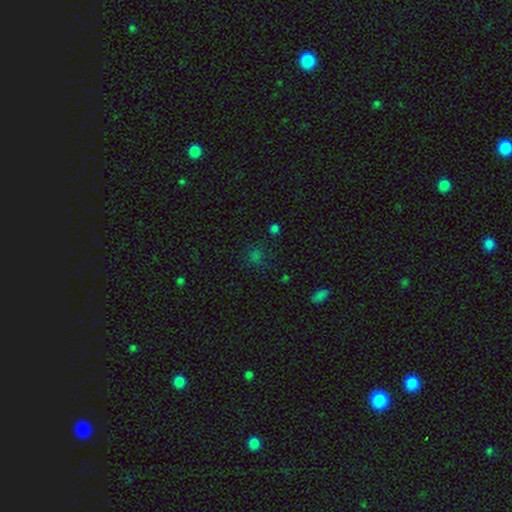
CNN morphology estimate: A smooth galaxy with no disk features (58%) that is round (80%). Merging: none (74%).